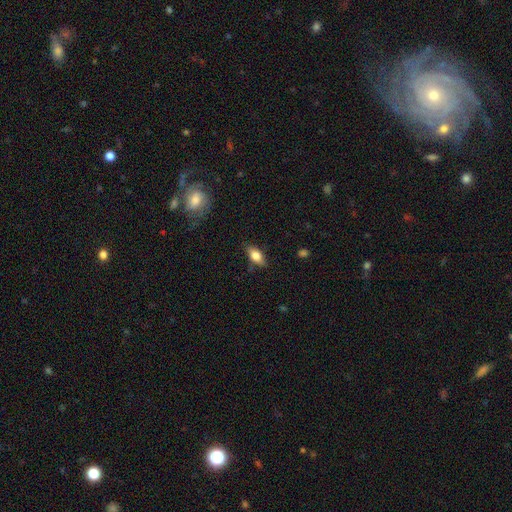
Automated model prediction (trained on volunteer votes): This appears to be a smooth galaxy with no disk features (74%) that is in between round and cigar-shaped (83%). Merging: none (78%).